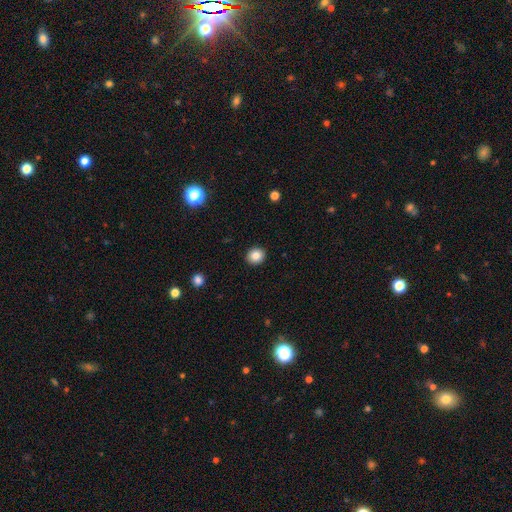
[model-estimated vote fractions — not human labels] The model was most divided on "how rounded": round: 78%, in between: 21%, cigar-shaped: 1%. More confident: merging — none (92%); smooth or featured — smooth (84%).